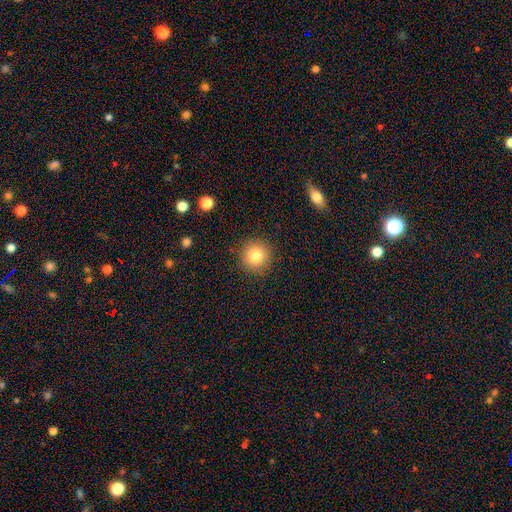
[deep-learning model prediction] smooth-or-featured: smooth: 81% | star or artifact: 11% | featured or disk: 8%
  how-rounded: round: 94% | in between: 5% | cigar-shaped: 1%
  merging: none: 90% | minor disturbance: 7% | major disturbance: 2% | merger: 1%